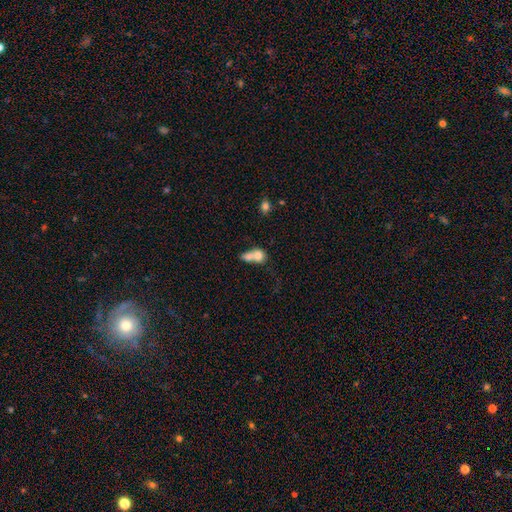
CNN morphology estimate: This appears to be a smooth galaxy with no disk features (72%) that is round (49%). Merging: merger (68%).